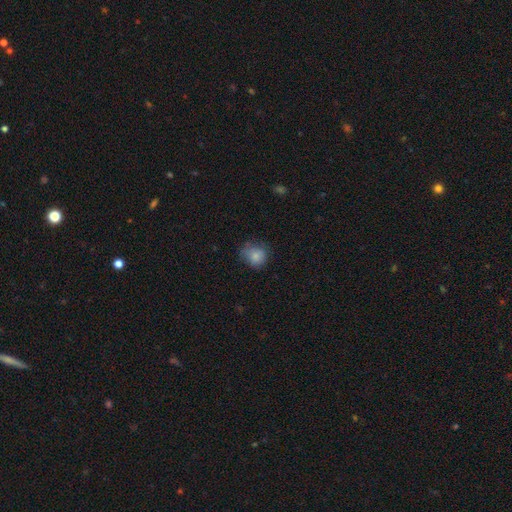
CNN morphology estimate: Smooth or featured? Predicted: smooth (p=0.82). How rounded? Predicted: round (p=0.75). Merging? Predicted: none (p=0.63).